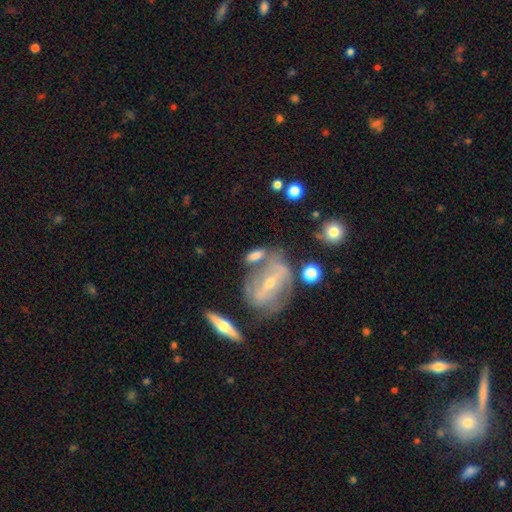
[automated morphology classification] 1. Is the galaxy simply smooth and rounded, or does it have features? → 52% smooth, 38% featured or disk, 10% star or artifact.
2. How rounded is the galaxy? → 74% in between, 14% round, 11% cigar-shaped.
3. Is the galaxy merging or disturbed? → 51% none, 23% merger, 17% minor disturbance, 9% major disturbance.